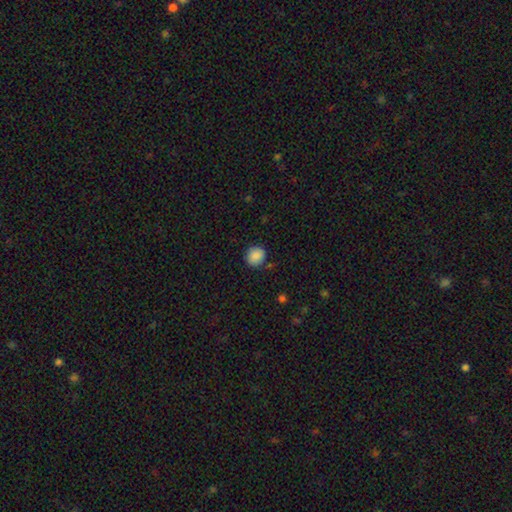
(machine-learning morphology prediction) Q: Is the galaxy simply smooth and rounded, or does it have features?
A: smooth — 88%.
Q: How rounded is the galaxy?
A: round — 84%.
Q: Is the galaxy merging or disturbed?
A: none — 84%.